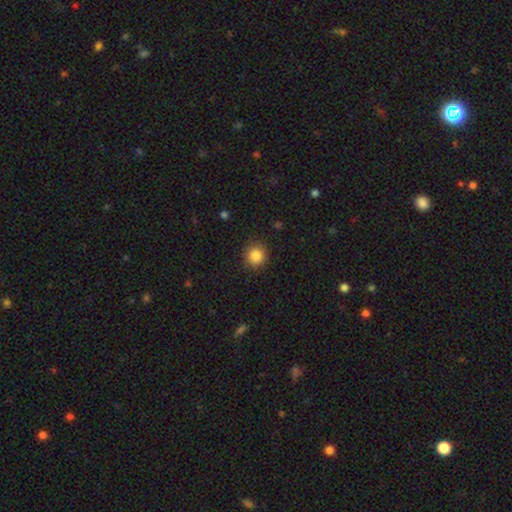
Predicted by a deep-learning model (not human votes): smooth_or_featured: smooth (p=0.85) [alt: star or artifact p=0.10]
how_rounded: round (p=0.93) [alt: in between p=0.06]
merging: none (p=0.89) [alt: minor disturbance p=0.07]